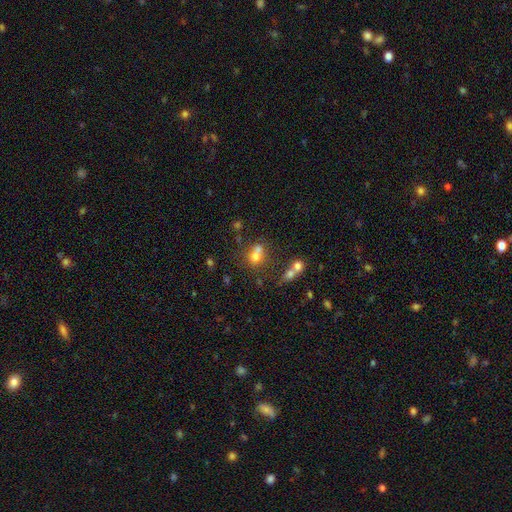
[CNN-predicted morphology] Q: Smooth or featured?
A: smooth (67%); runner-up: star or artifact (17%)
Q: How rounded?
A: round (62%); runner-up: in between (36%)
Q: Merging?
A: merger (48%); runner-up: none (36%)